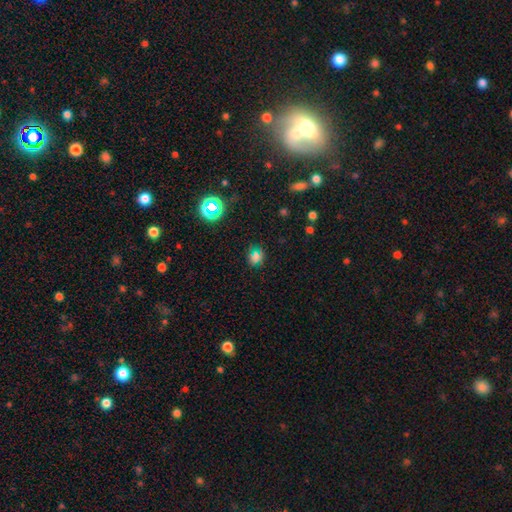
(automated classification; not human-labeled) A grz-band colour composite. It shows a smooth galaxy with no disk features (55%) that is round (74%). Merging: none (78%).